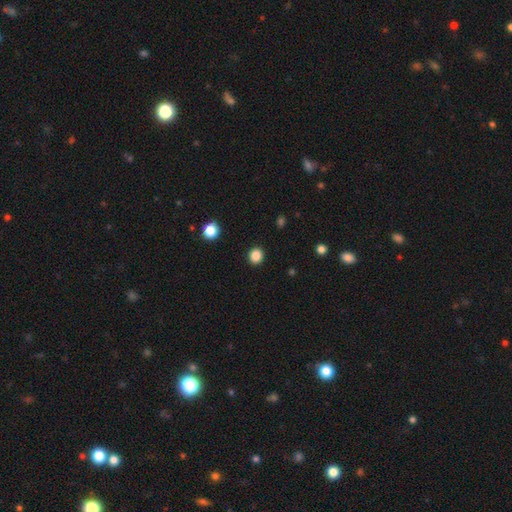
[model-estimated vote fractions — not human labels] Smooth or featured? smooth (86%)
How rounded? round (87%)
Merging? none (92%)